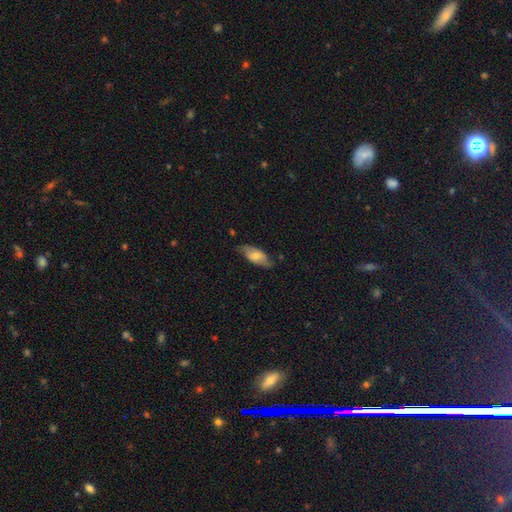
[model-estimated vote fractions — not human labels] This appears to be a smooth galaxy with no disk features (60%) that is in between round and cigar-shaped (84%). Merging: none (72%).